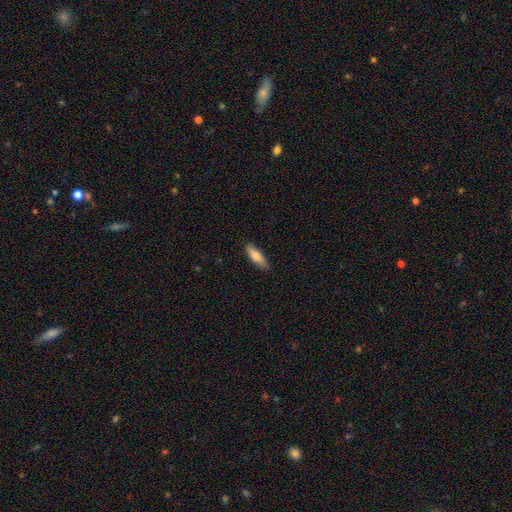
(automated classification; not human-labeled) smooth_or_featured: smooth (p=0.76) [alt: featured or disk p=0.18]
how_rounded: cigar-shaped (p=0.50) [alt: in between p=0.48]
merging: none (p=0.86) [alt: minor disturbance p=0.11]